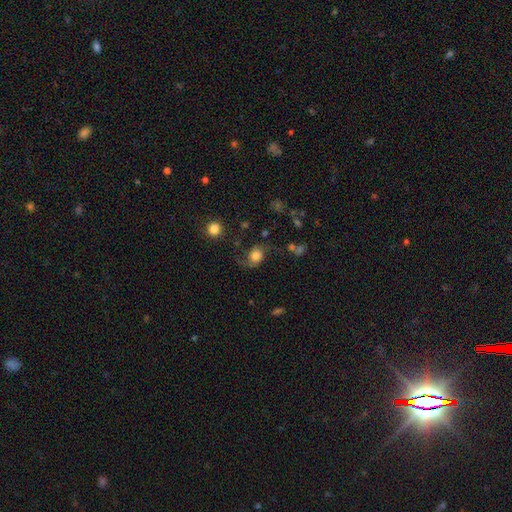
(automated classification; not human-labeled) smooth_or_featured: featured or disk (p=0.55) [alt: smooth p=0.34]
disk_edge_on: no (p=0.97) [alt: yes p=0.03]
bar: no (p=0.74) [alt: weak p=0.22]
has_spiral_arms: yes (p=0.92) [alt: no p=0.08]
bulge_size: large (p=0.43) [alt: moderate p=0.31]
merging: none (p=0.58) [alt: minor disturbance p=0.20]